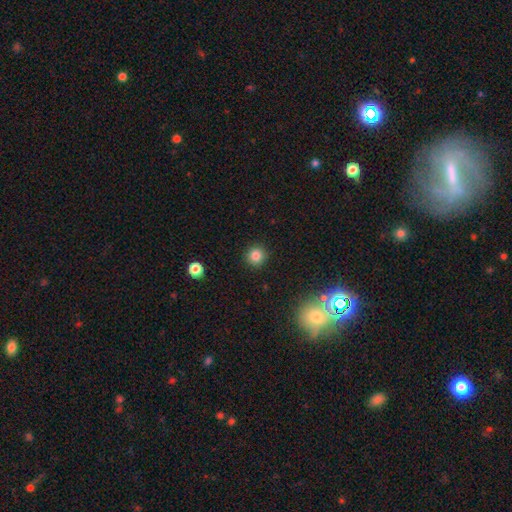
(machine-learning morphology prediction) A smooth galaxy with no disk features (83%) that is round (93%).

Vote fractions:
- Smooth or featured? smooth: 83% / star or artifact: 12% / featured or disk: 5%
- How rounded? round: 93% / in between: 6% / cigar-shaped: 1%
- Merging? none: 91% / minor disturbance: 6% / major disturbance: 2% / merger: 1%